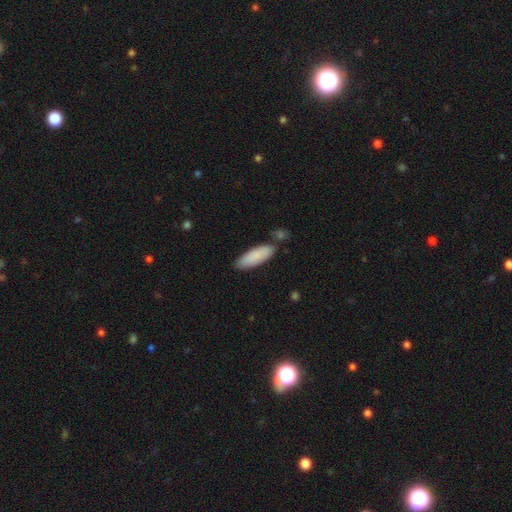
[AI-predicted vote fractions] Overall: smooth (85%). How rounded: in between (58%; cigar-shaped 41%). Merging: none (75%).